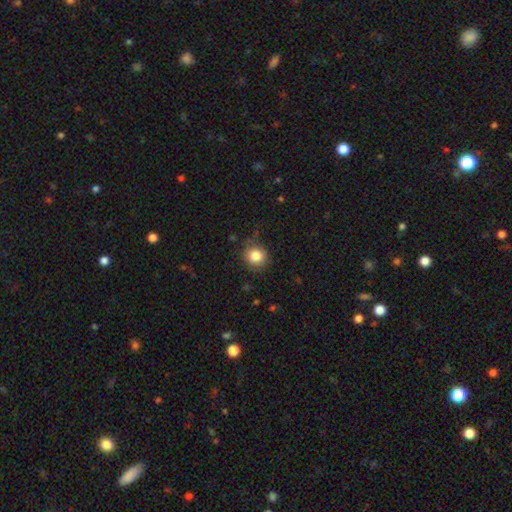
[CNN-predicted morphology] This is clearly a smooth galaxy (83%). How rounded: clearly round (86%). Merging: likely none (77%).